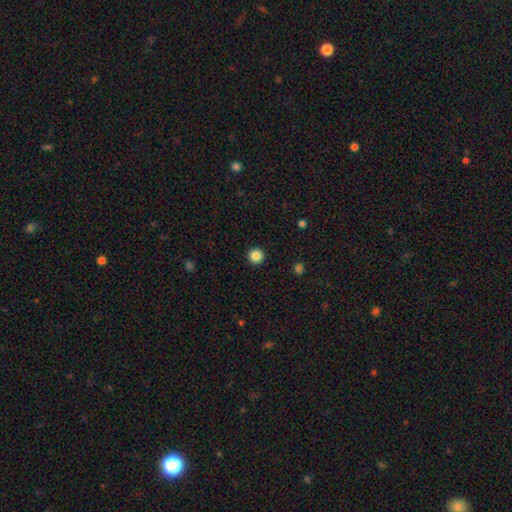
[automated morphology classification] Overall: smooth (85%). How rounded: round (96%). Merging: none (93%).